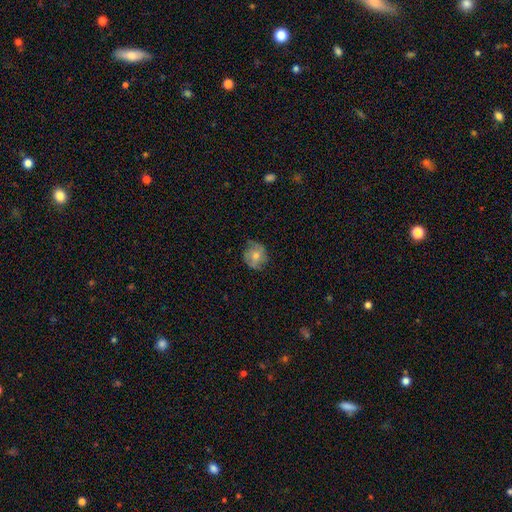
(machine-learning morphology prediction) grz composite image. It shows a smooth galaxy with no disk features (51%) that is round (80%). Merging: none (70%).